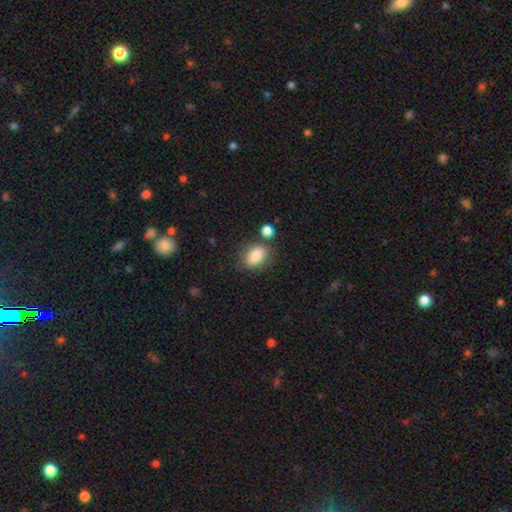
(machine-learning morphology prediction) Smooth or featured?
  - smooth: 84% *
  - star or artifact: 8%
  - featured or disk: 8%
How rounded?
  - in between: 84% *
  - round: 14%
  - cigar-shaped: 2%
Merging?
  - none: 69% *
  - minor disturbance: 15%
  - merger: 11%
  - major disturbance: 5%